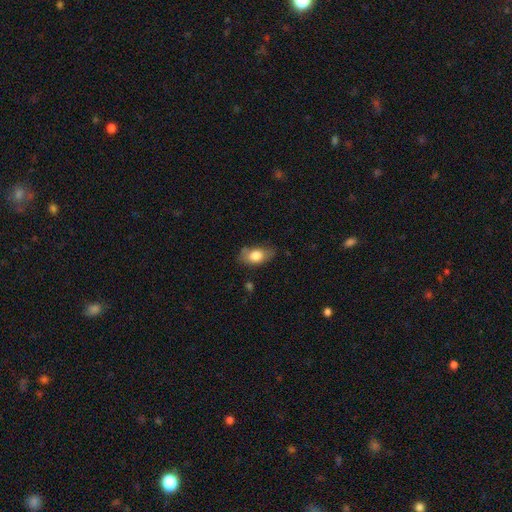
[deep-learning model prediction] Morphology: type=smooth (77%); roundness=in between (88%); merging=none (67%).